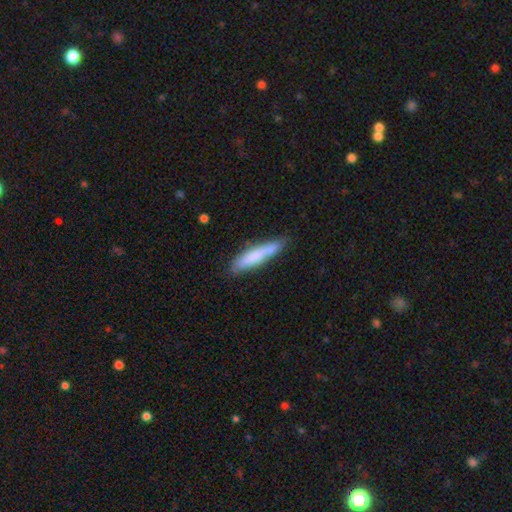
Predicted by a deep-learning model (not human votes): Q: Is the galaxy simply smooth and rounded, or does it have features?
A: smooth — 73%.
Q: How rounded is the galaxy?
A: cigar-shaped — 86%.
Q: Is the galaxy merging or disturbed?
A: none — 71%.